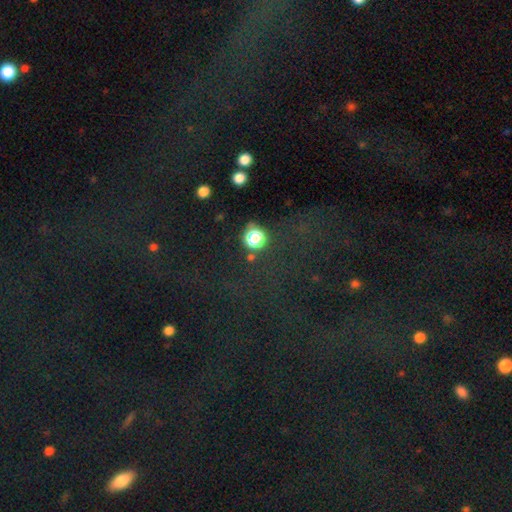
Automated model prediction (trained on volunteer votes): Smooth or featured? star or artifact (71%)